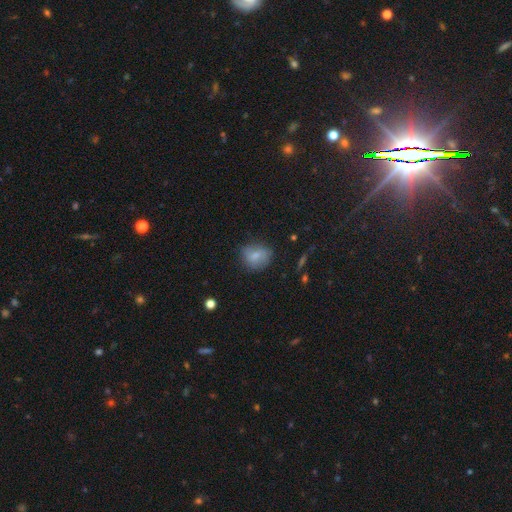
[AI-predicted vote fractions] Smooth or featured? smooth (71%)
How rounded? round (63%)
Merging? none (70%)